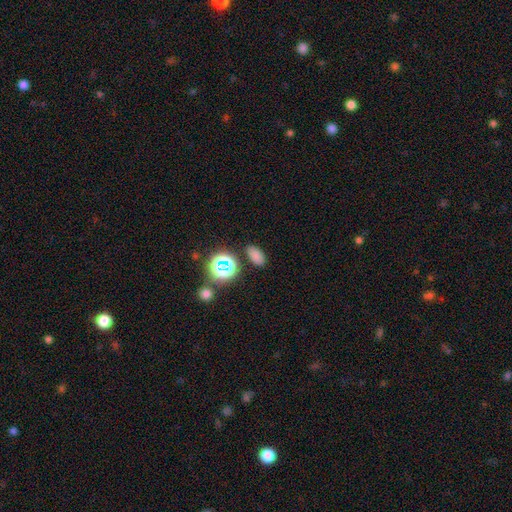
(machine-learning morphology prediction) type=smooth (73%); roundness=in between (87%); merging=none (83%).